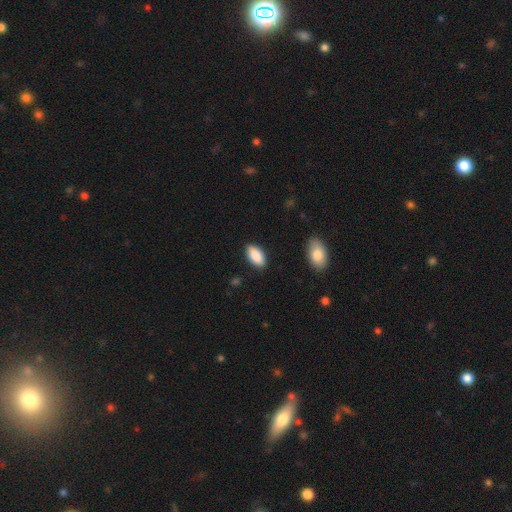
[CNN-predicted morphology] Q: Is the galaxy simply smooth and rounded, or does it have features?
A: smooth — 88%.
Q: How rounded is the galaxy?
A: in between — 92%.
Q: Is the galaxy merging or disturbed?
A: none — 88%.